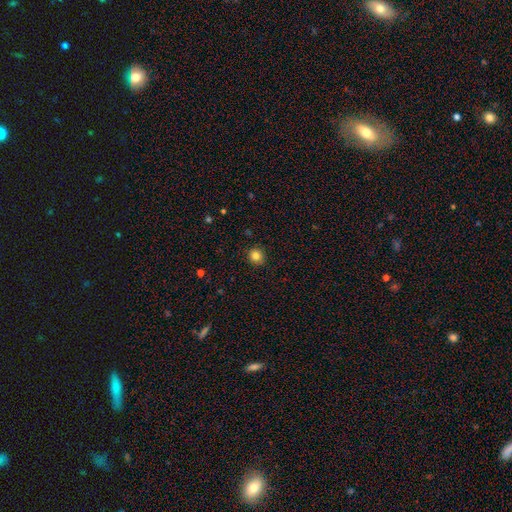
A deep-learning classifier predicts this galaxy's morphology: smooth-or-featured: smooth: 83% | star or artifact: 12% | featured or disk: 5%
  how-rounded: round: 92% | in between: 7% | cigar-shaped: 1%
  merging: none: 91% | minor disturbance: 6% | major disturbance: 2% | merger: 1%